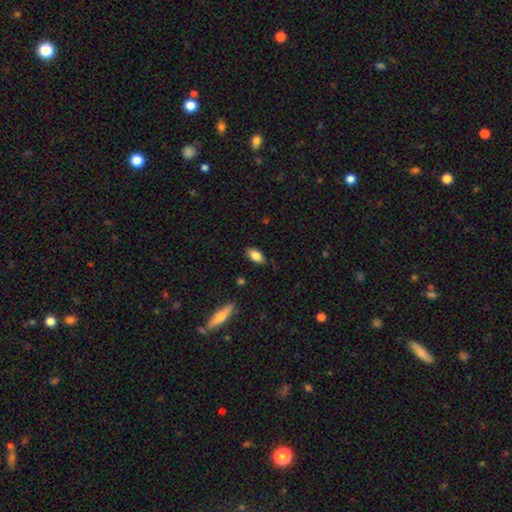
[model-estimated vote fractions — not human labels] Q: Smooth or featured?
A: smooth (82%); runner-up: featured or disk (11%)
Q: How rounded?
A: in between (88%); runner-up: cigar-shaped (9%)
Q: Merging?
A: none (83%); runner-up: minor disturbance (13%)